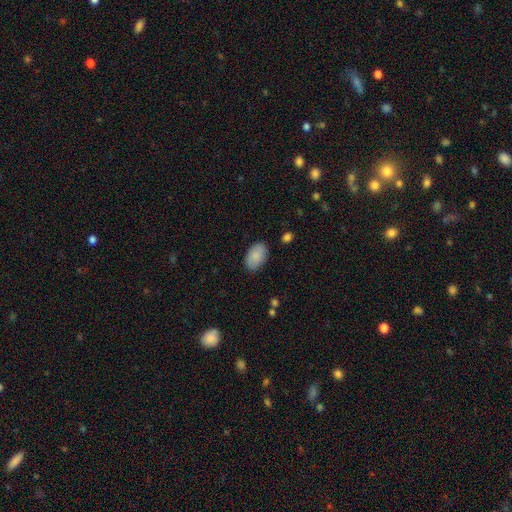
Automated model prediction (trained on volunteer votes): Smooth or featured? smooth (88%)
How rounded? in between (93%)
Merging? none (84%)